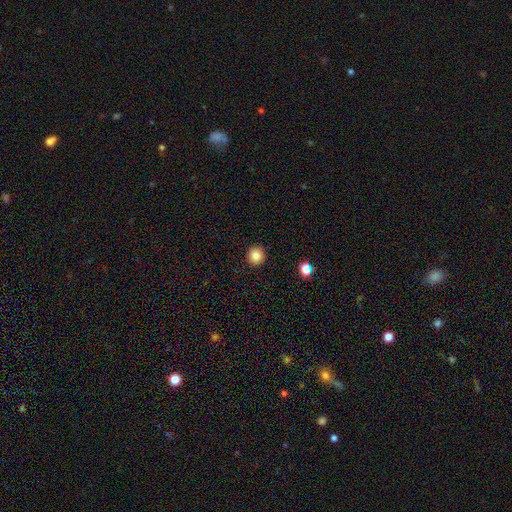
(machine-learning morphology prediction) The model was most divided on "smooth or featured": smooth: 85%, star or artifact: 10%, featured or disk: 5%. More confident: how rounded — round (94%); merging — none (93%).